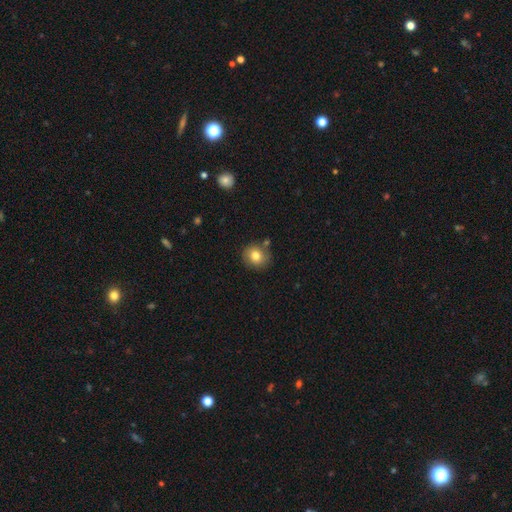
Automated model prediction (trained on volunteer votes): Smooth or featured?
  - smooth: 79% *
  - featured or disk: 10%
  - star or artifact: 10%
How rounded?
  - round: 83% *
  - in between: 16%
  - cigar-shaped: 1%
Merging?
  - none: 79% *
  - minor disturbance: 11%
  - merger: 7%
  - major disturbance: 3%